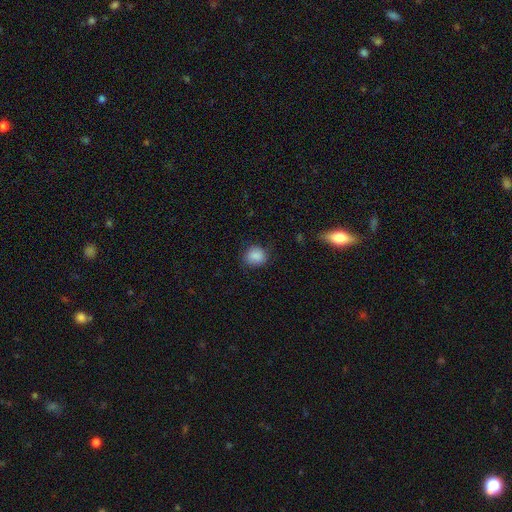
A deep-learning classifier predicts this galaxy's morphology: A smooth galaxy with no disk features (87%) that is round (77%). Merging: none (80%).